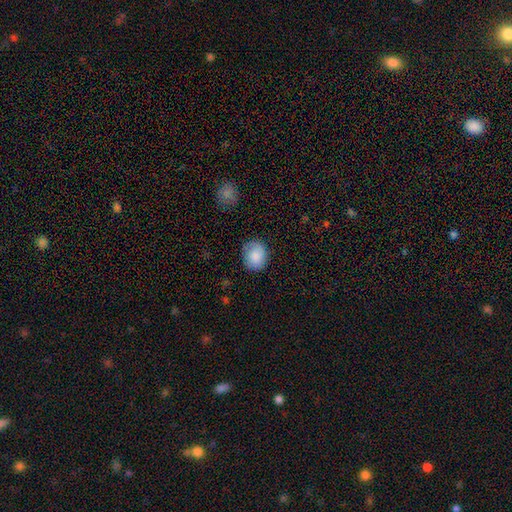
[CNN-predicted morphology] A smooth galaxy with no disk features (82%) that is round (63%). Merging: none (78%).